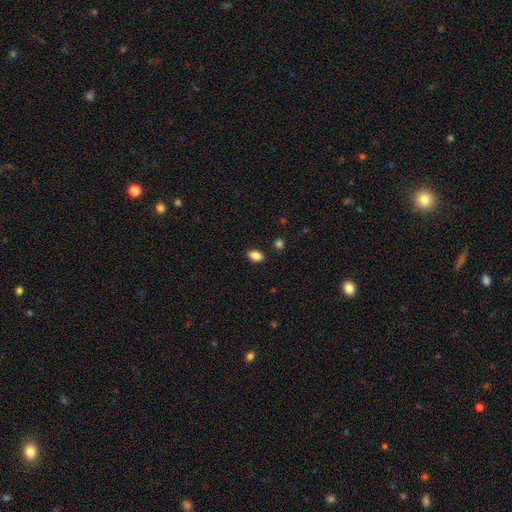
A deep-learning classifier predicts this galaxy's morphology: Smooth or featured? smooth (86%)
How rounded? in between (84%)
Merging? none (88%)